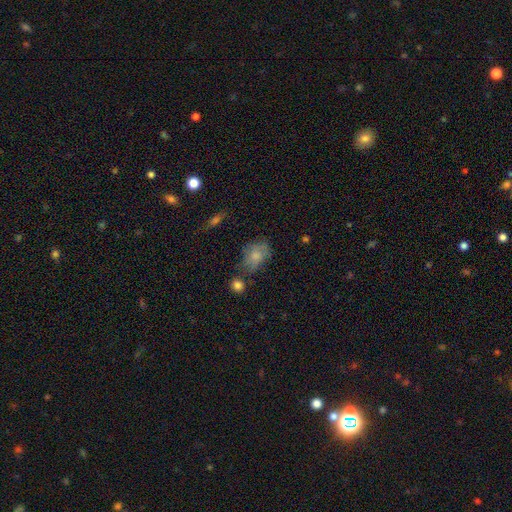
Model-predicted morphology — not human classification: Overall: smooth (74%). How rounded: in between (71%). Merging: none (52%; minor disturbance 29%).